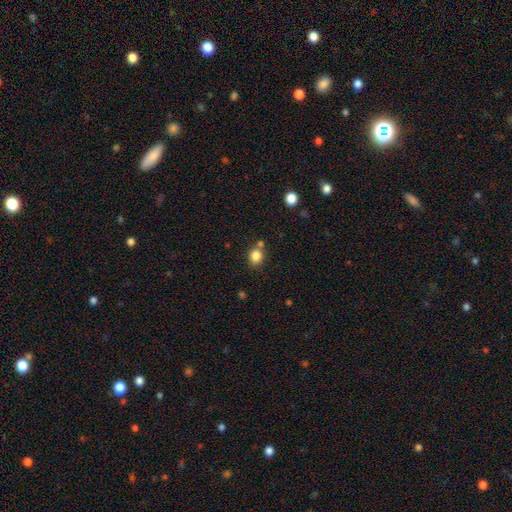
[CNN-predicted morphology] Smooth or featured? Predicted: smooth (p=0.83). How rounded? Predicted: round (p=0.65). Merging? Predicted: none (p=0.68).